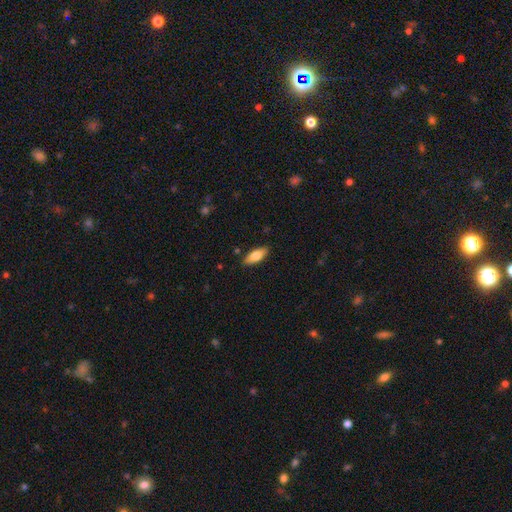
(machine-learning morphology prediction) Smooth or featured? Predicted: smooth (p=0.74). How rounded? Predicted: in between (p=0.76). Merging? Predicted: none (p=0.88).